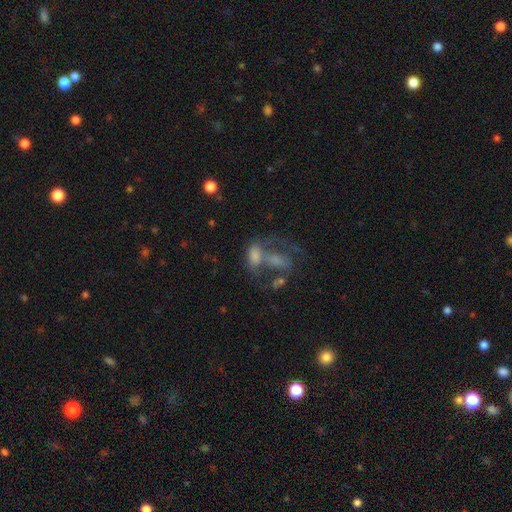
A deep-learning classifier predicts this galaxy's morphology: Overall: featured or disk (44%; smooth 39%). Merging: merger (50%; none 20%).